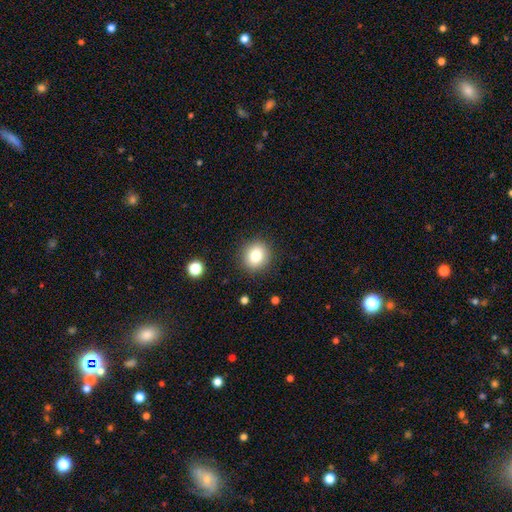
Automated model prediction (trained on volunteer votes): A smooth galaxy with no disk features (81%) that is round (83%). Merging: none (89%).